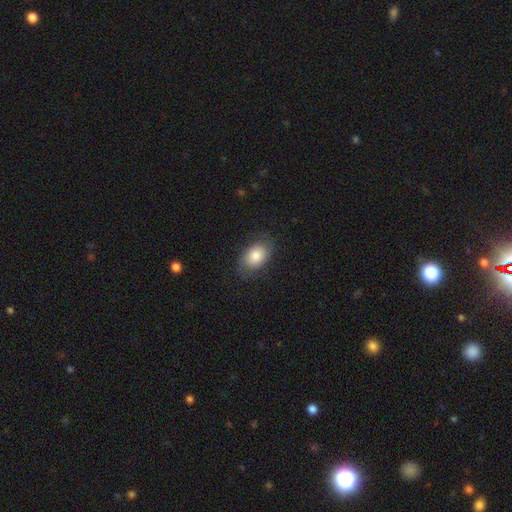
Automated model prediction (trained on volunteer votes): Smooth or featured? smooth (69%)
How rounded? in between (85%)
Merging? none (74%)